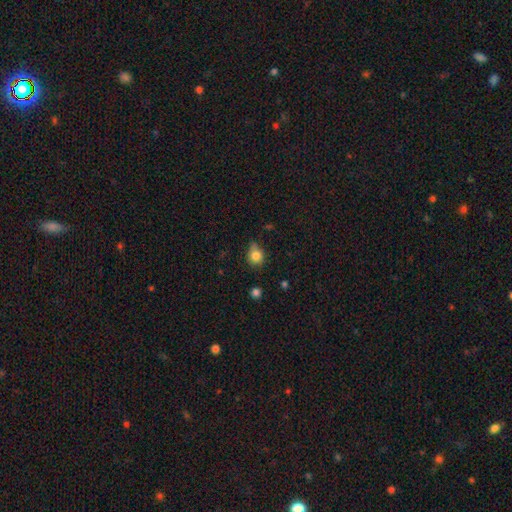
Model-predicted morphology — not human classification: smooth_or_featured: smooth (p=0.82) [alt: star or artifact p=0.10]
how_rounded: round (p=0.71) [alt: in between p=0.28]
merging: none (p=0.59) [alt: minor disturbance p=0.30]